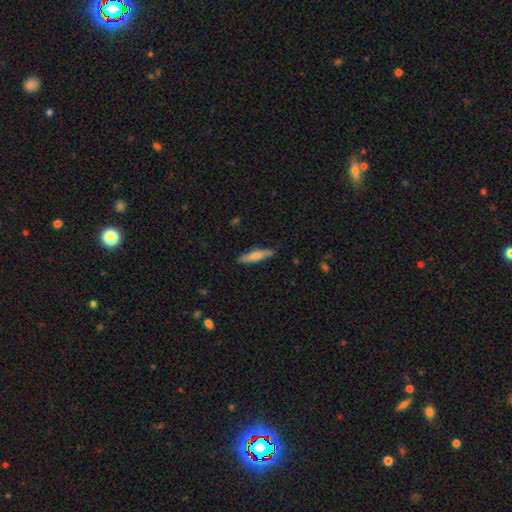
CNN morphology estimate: A smooth galaxy with no disk features (72%) that is cigar-shaped (81%).

Vote fractions:
- Smooth or featured? smooth: 72% / featured or disk: 22% / star or artifact: 6%
- How rounded? cigar-shaped: 81% / in between: 17% / round: 1%
- Merging? none: 83% / minor disturbance: 14% / major disturbance: 2% / merger: 1%